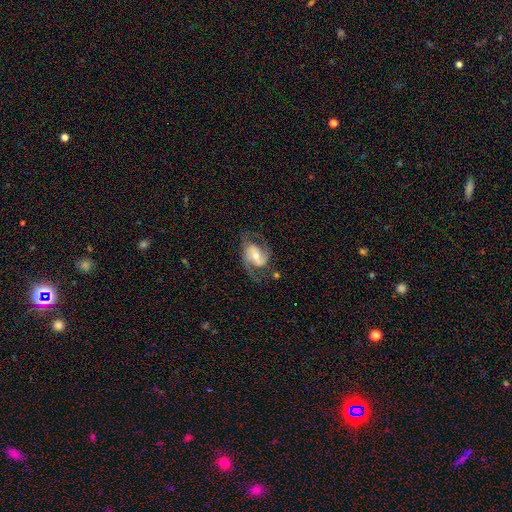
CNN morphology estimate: This is clearly a featured or disk galaxy (82%). It is clearly not viewed edge-on (97%). Bar: marginally weak (41%). Spiral arm pattern: clearly yes (94%). Spiral arm count: clearly 2 (87%). Spiral winding: possibly medium (53%). Central bulge: possibly moderate (57%). Merging: likely none (66%).